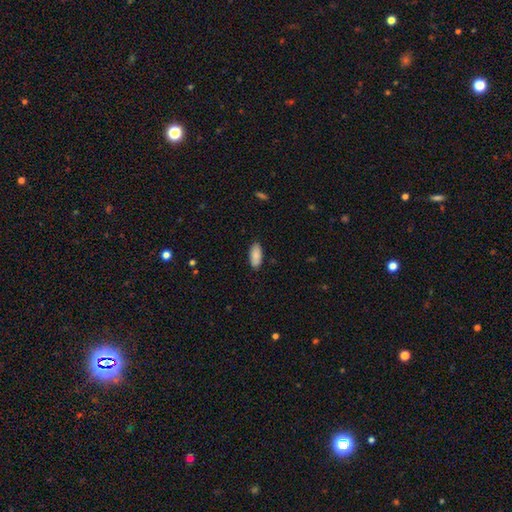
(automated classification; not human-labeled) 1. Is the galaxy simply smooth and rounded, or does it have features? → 87% smooth, 7% featured or disk, 6% star or artifact.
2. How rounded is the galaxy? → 87% in between, 11% cigar-shaped, 2% round.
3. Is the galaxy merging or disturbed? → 87% none, 10% minor disturbance, 2% major disturbance, 1% merger.